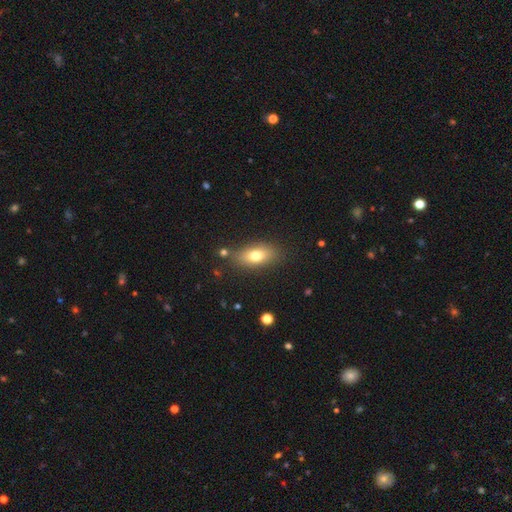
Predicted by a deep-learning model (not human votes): Smooth or featured: smooth — 75% (featured or disk — 16%)
How rounded: in between — 84% (cigar-shaped — 9%)
Merging: none — 80% (minor disturbance — 12%)